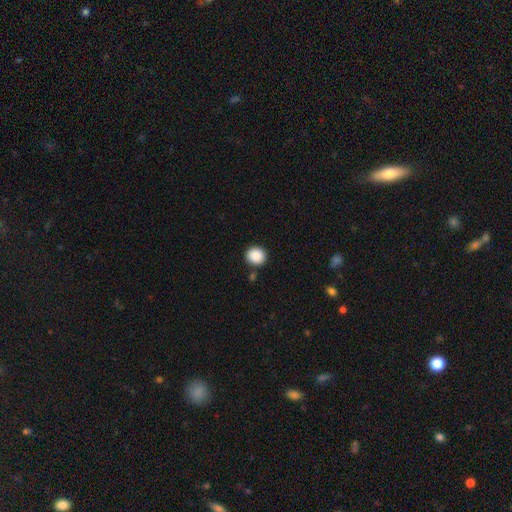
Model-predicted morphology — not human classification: A smooth galaxy with no disk features (89%) that is round (79%). Merging: none (86%).